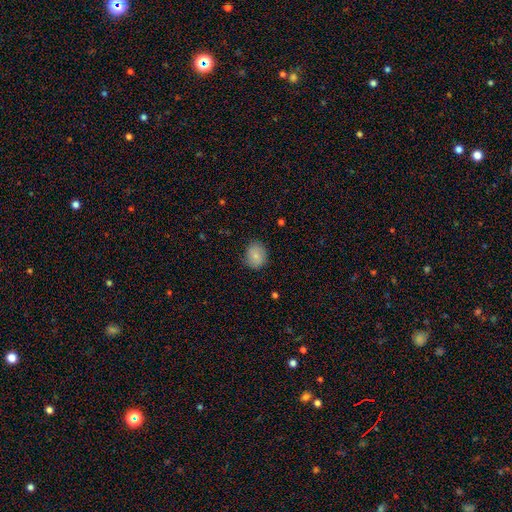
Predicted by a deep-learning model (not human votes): This is clearly a smooth galaxy (81%). How rounded: likely round (62%). Merging: clearly none (81%).